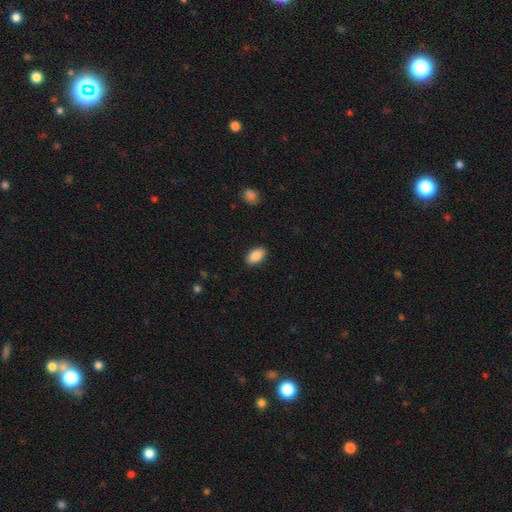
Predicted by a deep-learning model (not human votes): Q: Smooth or featured?
A: smooth (88%); runner-up: star or artifact (7%)
Q: How rounded?
A: in between (93%); runner-up: round (4%)
Q: Merging?
A: none (89%); runner-up: minor disturbance (8%)